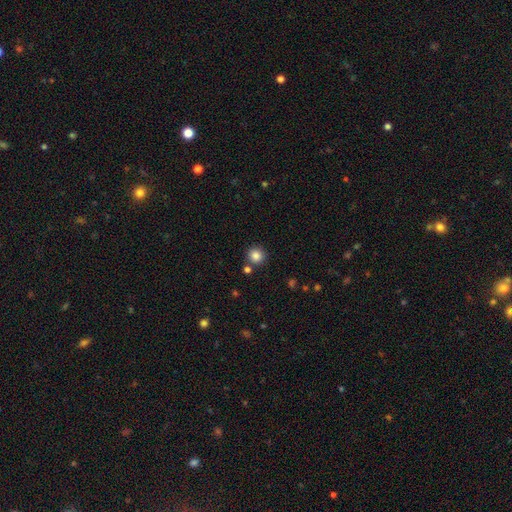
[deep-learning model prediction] Q: Smooth or featured?
A: smooth (85%); runner-up: star or artifact (11%)
Q: How rounded?
A: round (92%); runner-up: in between (7%)
Q: Merging?
A: none (84%); runner-up: minor disturbance (7%)